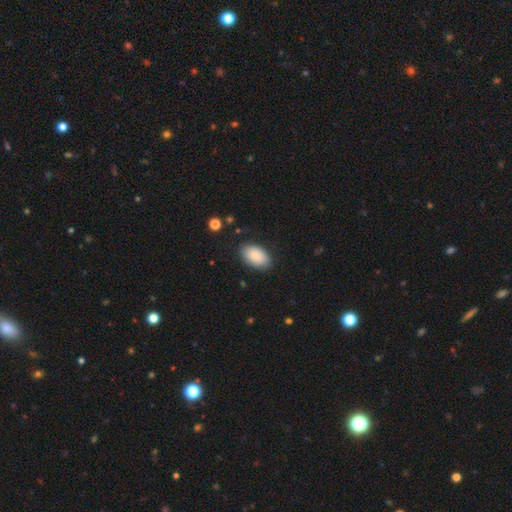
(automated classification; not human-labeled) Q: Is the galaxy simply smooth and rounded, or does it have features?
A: smooth — 87%.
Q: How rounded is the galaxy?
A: in between — 93%.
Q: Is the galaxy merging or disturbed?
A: none — 84%.